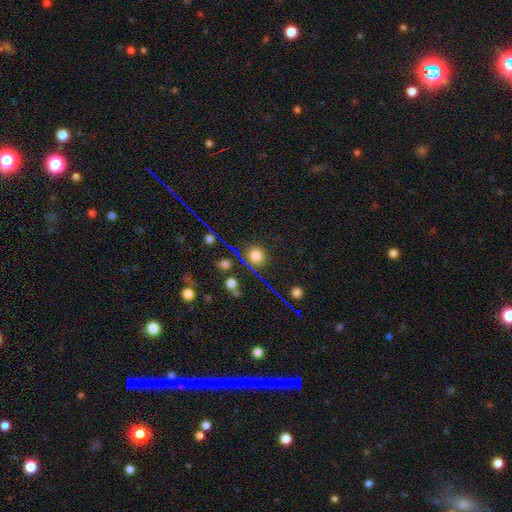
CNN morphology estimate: Overall: smooth (72%). How rounded: round (89%). Merging: none (81%).